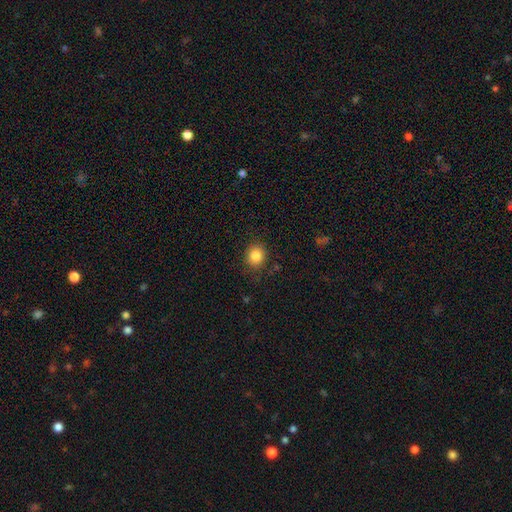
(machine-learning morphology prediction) smooth_or_featured: smooth (p=0.84) [alt: star or artifact p=0.10]
how_rounded: round (p=0.79) [alt: in between p=0.20]
merging: none (p=0.87) [alt: minor disturbance p=0.09]